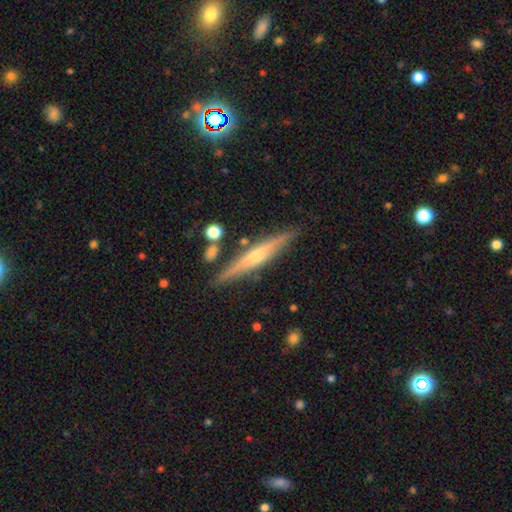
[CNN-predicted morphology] Smooth or featured: featured or disk — 63% (smooth — 30%)
Edge-on disk: yes — 96% (no — 4%)
Edge-on bulge: rounded — 67% (none — 25%)
Merging: none — 85% (minor disturbance — 9%)